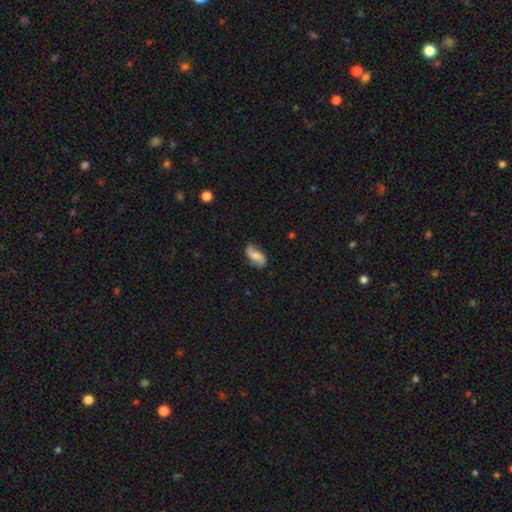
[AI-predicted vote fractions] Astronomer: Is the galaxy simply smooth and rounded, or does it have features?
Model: featured or disk — 46%, tied with smooth at 46%.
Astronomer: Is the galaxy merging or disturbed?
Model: none — 75%.